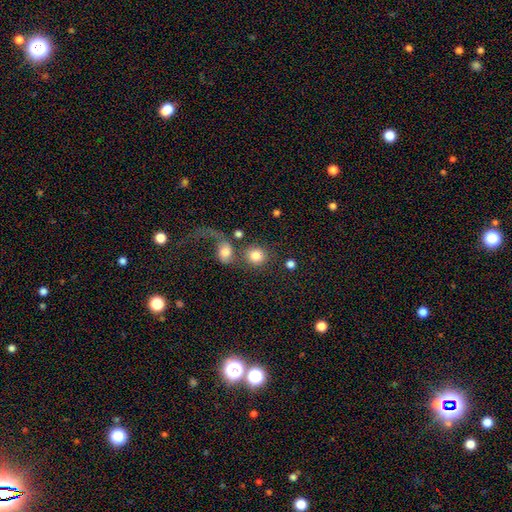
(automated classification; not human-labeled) Q: Smooth or featured?
A: smooth (80%); runner-up: featured or disk (12%)
Q: How rounded?
A: round (85%); runner-up: in between (14%)
Q: Merging?
A: none (45%); runner-up: merger (35%)